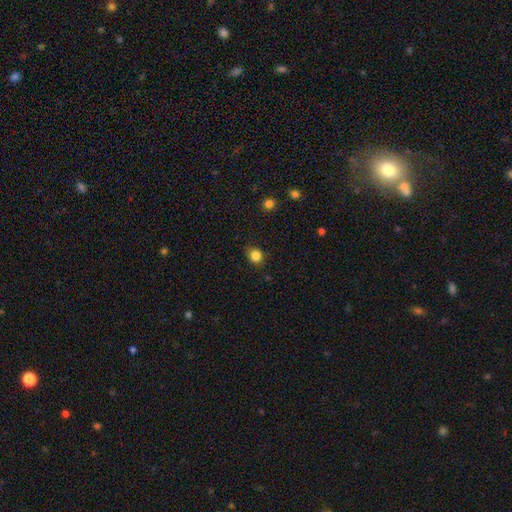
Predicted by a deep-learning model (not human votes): This is clearly a smooth galaxy (84%). How rounded: likely round (67%). Merging: likely none (80%).